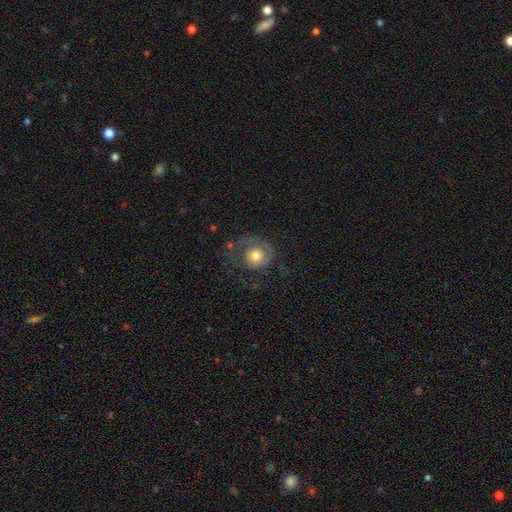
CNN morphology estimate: The model was most divided on "smooth or featured": featured or disk: 49%, smooth: 44%, star or artifact: 7%. Remaining: merging — none (47%).